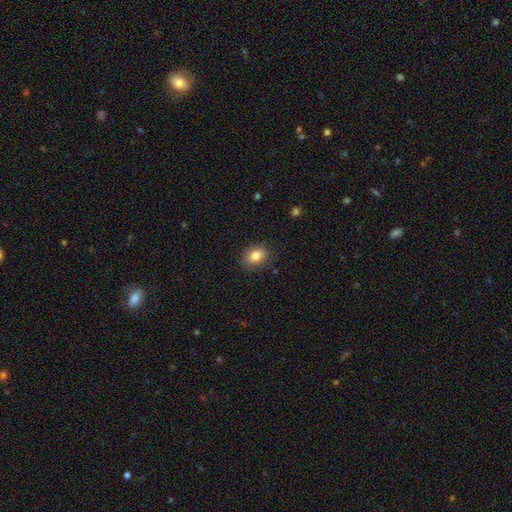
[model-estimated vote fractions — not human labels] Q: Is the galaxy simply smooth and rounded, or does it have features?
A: smooth — 83%.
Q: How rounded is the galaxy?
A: in between — 67%.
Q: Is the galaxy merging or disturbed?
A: none — 86%.